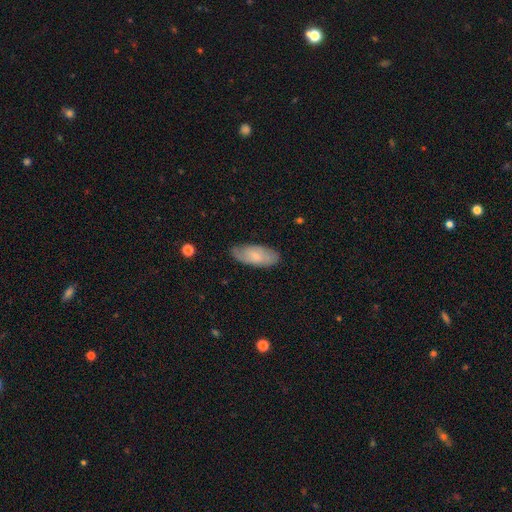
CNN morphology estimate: type=smooth (58%); roundness=in between (84%); merging=none (76%).